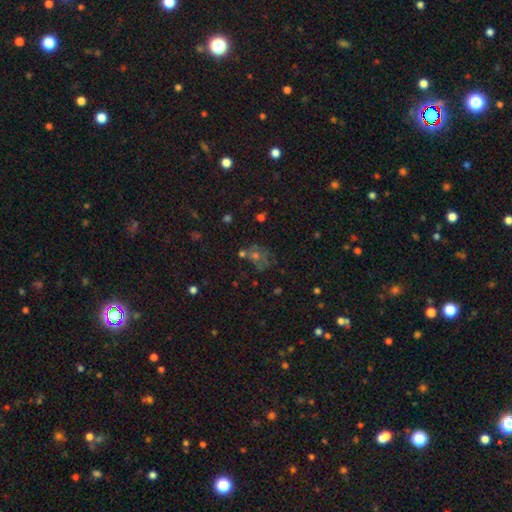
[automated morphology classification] smooth 38%, star or artifact 35%, featured or disk 27%. Down the decision tree: merging — none (57%).